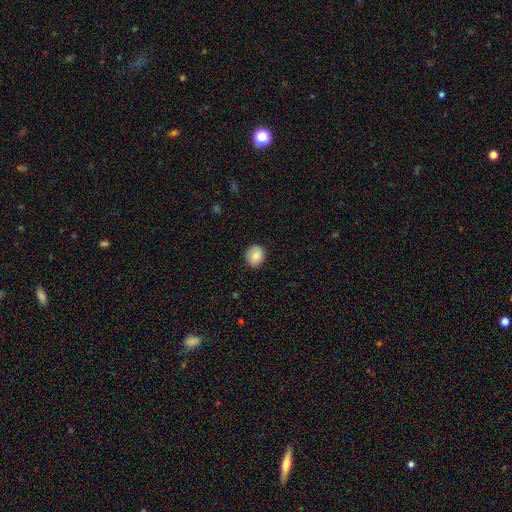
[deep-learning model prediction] Morphology: type=smooth (83%); roundness=round (82%); merging=none (86%).